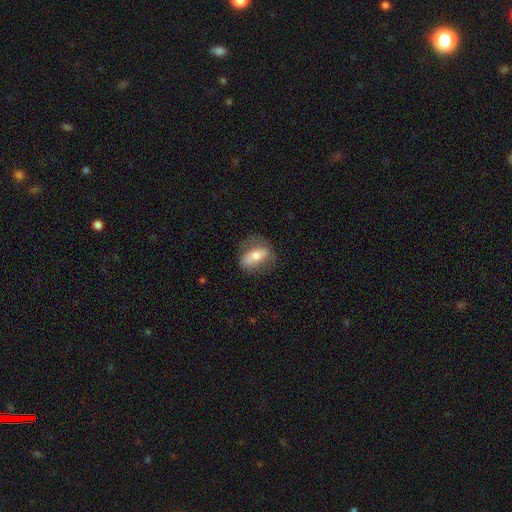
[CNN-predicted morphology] smooth_or_featured: smooth (p=0.47) [alt: featured or disk p=0.45]
merging: none (p=0.67) [alt: minor disturbance p=0.21]